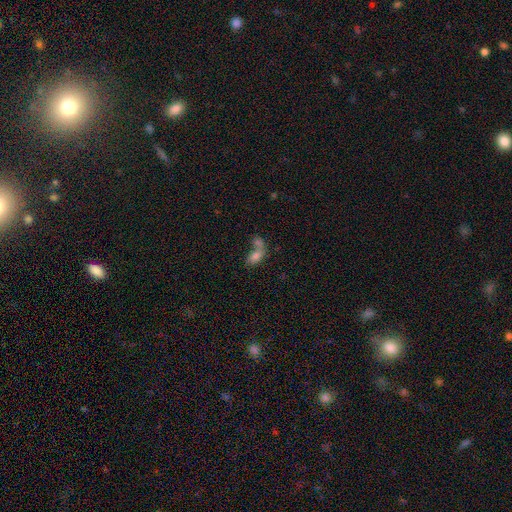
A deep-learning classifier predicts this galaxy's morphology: smooth 75%, featured or disk 14%, star or artifact 11%. Down the decision tree: how rounded — in between (86%); merging — merger (62%).